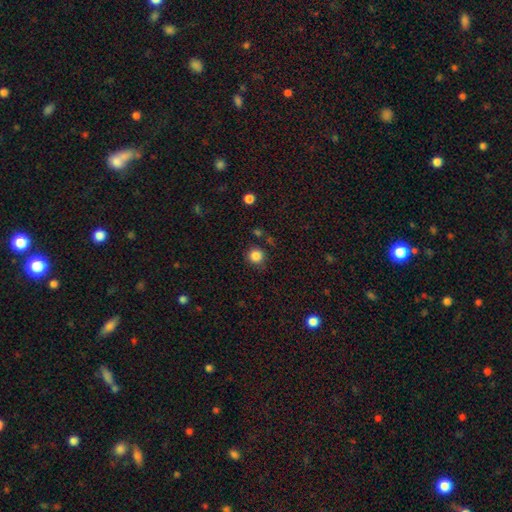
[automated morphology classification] Smooth or featured? smooth (85%)
How rounded? round (94%)
Merging? none (84%)